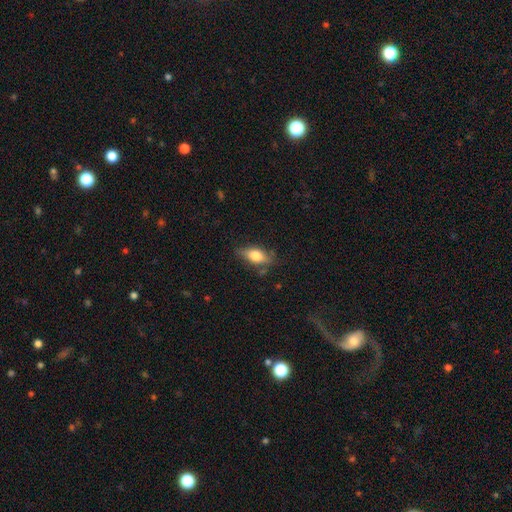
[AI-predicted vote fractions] Smooth or featured? Predicted: smooth (p=0.71). How rounded? Predicted: in between (p=0.80). Merging? Predicted: none (p=0.72).